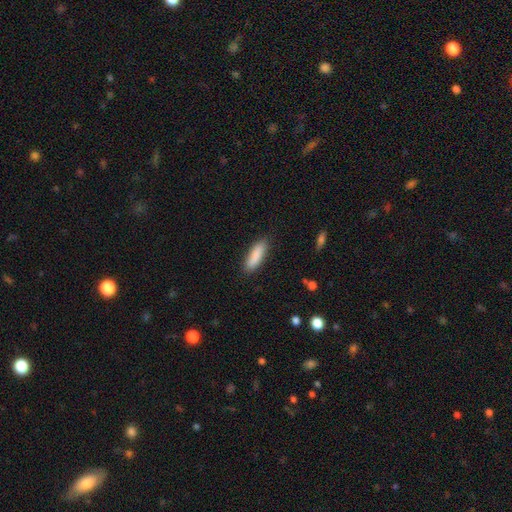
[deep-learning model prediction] This appears to be a smooth galaxy with no disk features (88%) that is cigar-shaped (50%). Merging: none (86%).